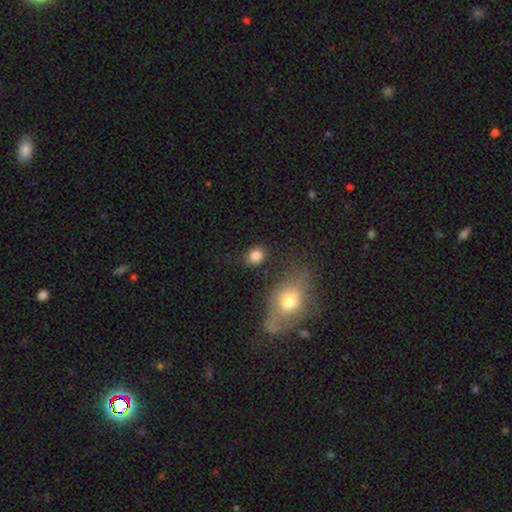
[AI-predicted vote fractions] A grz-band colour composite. It shows a smooth galaxy with no disk features (84%) that is round (62%). Merging: none (75%).